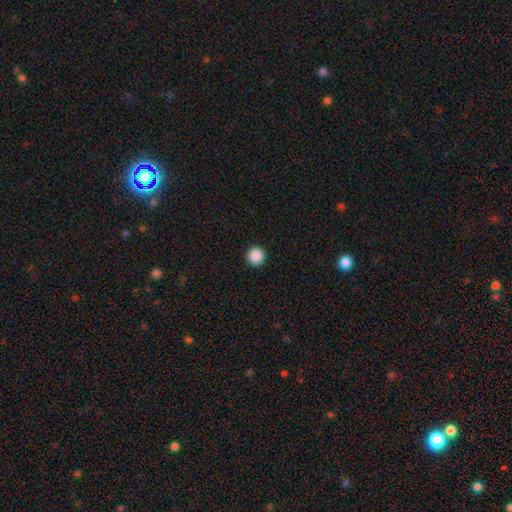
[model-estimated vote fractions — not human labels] Smooth or featured? smooth (89%)
How rounded? round (96%)
Merging? none (93%)